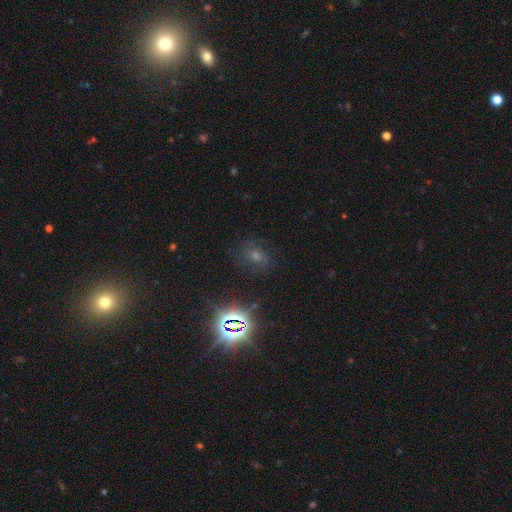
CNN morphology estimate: smooth-or-featured: star or artifact: 53% | smooth: 27% | featured or disk: 21%